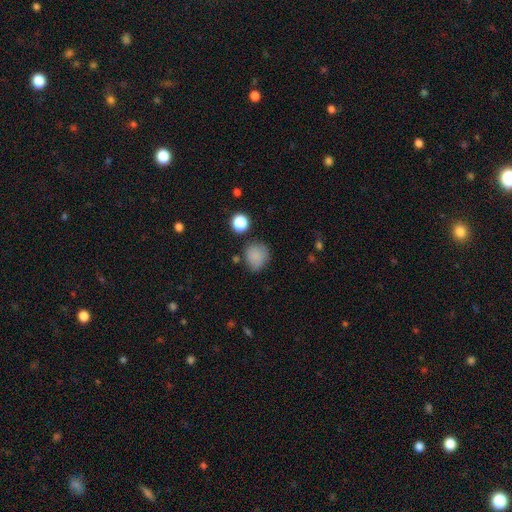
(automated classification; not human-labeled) Smooth or featured: smooth — 82% (star or artifact — 12%)
How rounded: round — 78% (in between — 21%)
Merging: none — 70% (minor disturbance — 20%)